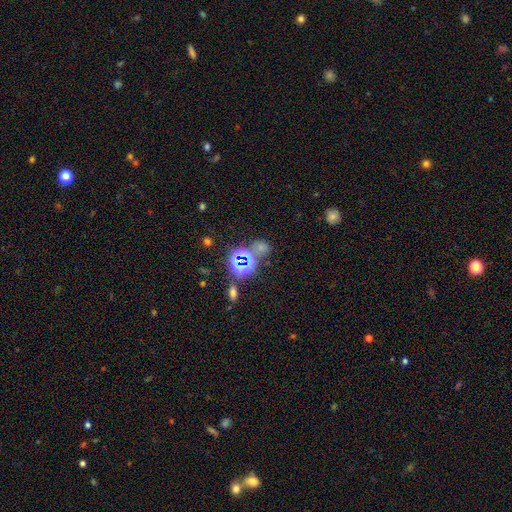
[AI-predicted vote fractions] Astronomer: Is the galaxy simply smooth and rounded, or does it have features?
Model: star or artifact — 72%.